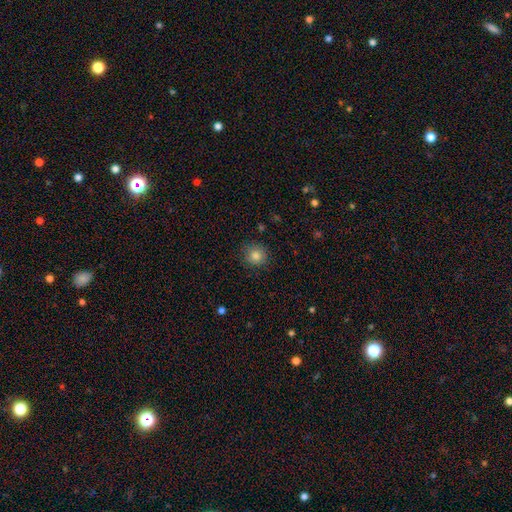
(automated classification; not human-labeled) smooth_or_featured: smooth (p=0.84) [alt: star or artifact p=0.11]
how_rounded: round (p=0.90) [alt: in between p=0.10]
merging: none (p=0.87) [alt: minor disturbance p=0.09]